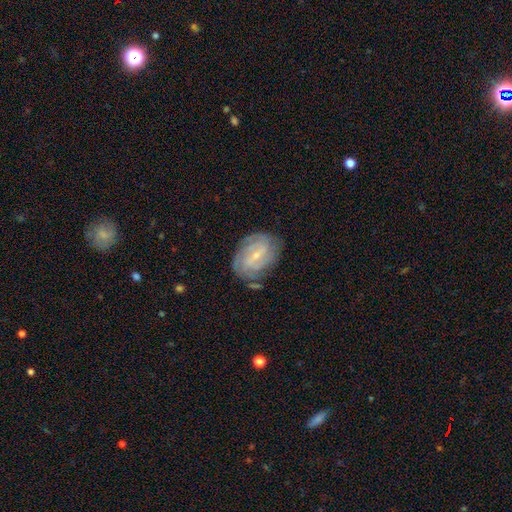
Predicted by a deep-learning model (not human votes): smooth-or-featured: featured or disk: 82% | smooth: 11% | star or artifact: 6%
  disk-edge-on: no: 97% | yes: 3%
    bar: weak: 52% | no: 25% | strong: 23%
    has-spiral-arms: yes: 95% | no: 5%
      spiral-winding: tight: 61% | medium: 31% | loose: 8%
      spiral-arm-count: can't tell: 27% | 2: 24% | 3: 22% | 4: 17% | more than 4: 5% | 1: 5%
    bulge-size: small: 75% | moderate: 21% | none: 3% | large: 1% | dominant: 1%
  merging: none: 73% | minor disturbance: 19% | major disturbance: 6% | merger: 2%